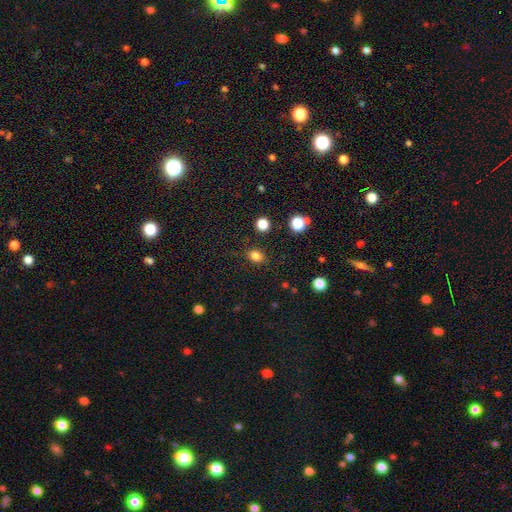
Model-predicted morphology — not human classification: smooth 82%, star or artifact 13%, featured or disk 5%. Down the decision tree: how rounded — in between (58%); merging — none (85%).